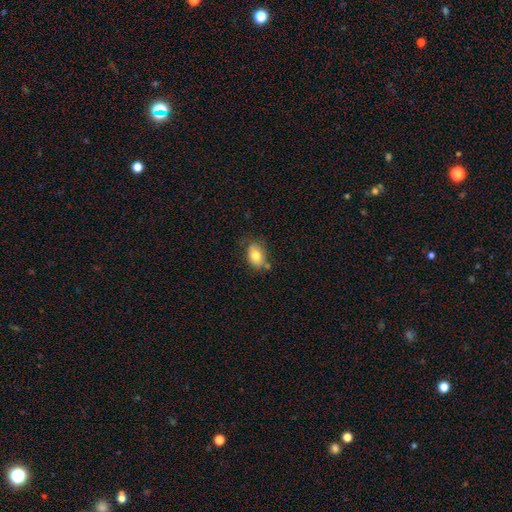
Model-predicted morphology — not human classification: Smooth or featured? smooth (78%)
How rounded? in between (79%)
Merging? none (61%)